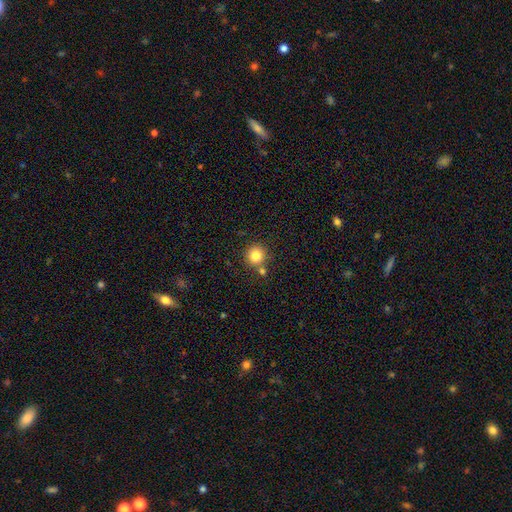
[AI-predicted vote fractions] smooth-or-featured: smooth: 82% | star or artifact: 11% | featured or disk: 7%
  how-rounded: round: 93% | in between: 6% | cigar-shaped: 1%
  merging: none: 75% | merger: 15% | minor disturbance: 8% | major disturbance: 3%